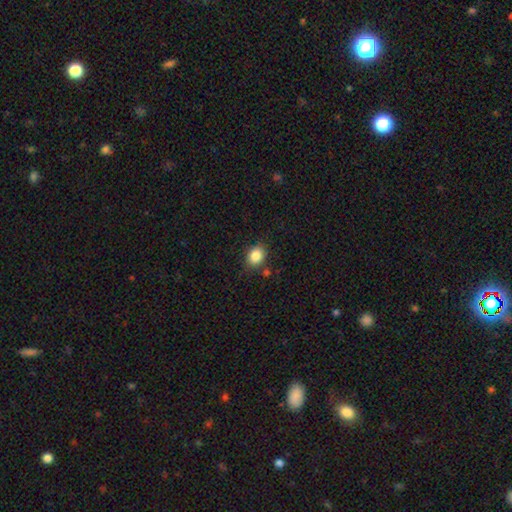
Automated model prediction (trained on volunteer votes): This appears to be a smooth galaxy with no disk features (84%) that is in between round and cigar-shaped (52%). Merging: none (79%).